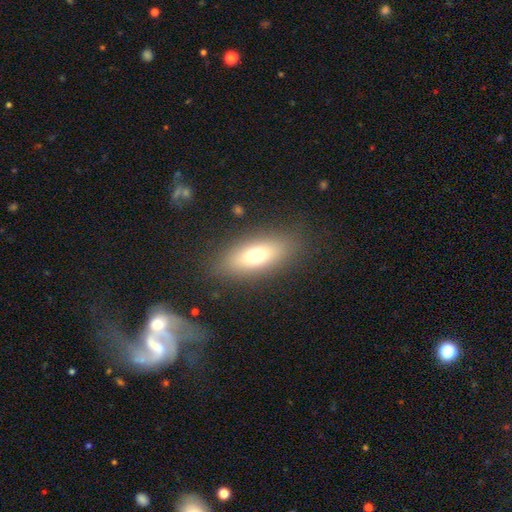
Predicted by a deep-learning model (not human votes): Smooth or featured?
  - smooth: 69% *
  - featured or disk: 21%
  - star or artifact: 10%
How rounded?
  - in between: 75% *
  - cigar-shaped: 19%
  - round: 5%
Merging?
  - none: 84% *
  - minor disturbance: 10%
  - major disturbance: 4%
  - merger: 2%